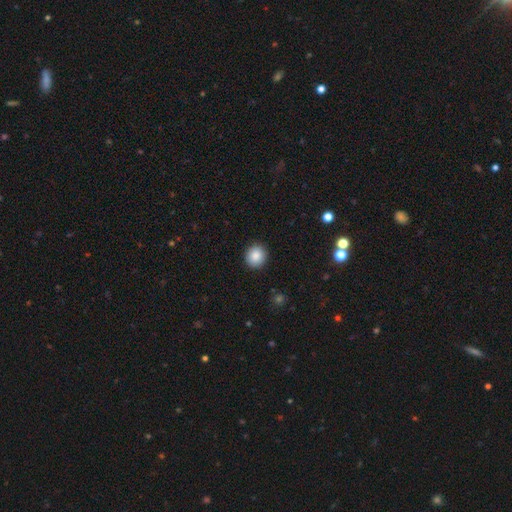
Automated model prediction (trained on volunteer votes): A smooth galaxy with no disk features (87%) that is round (89%).

Vote fractions:
- Smooth or featured? smooth: 87% / star or artifact: 9% / featured or disk: 4%
- How rounded? round: 89% / in between: 10% / cigar-shaped: 1%
- Merging? none: 92% / minor disturbance: 6% / major disturbance: 2% / merger: 1%